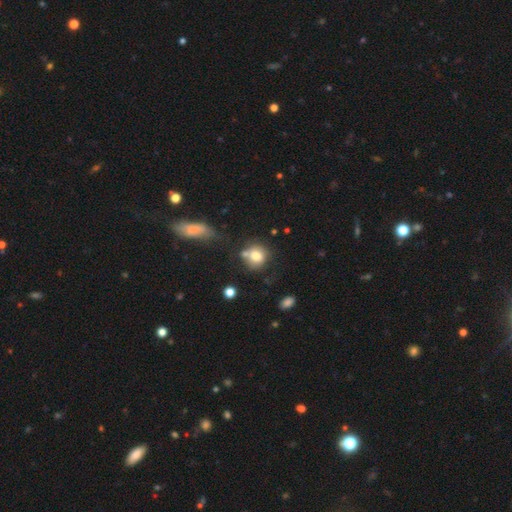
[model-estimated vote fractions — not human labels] Smooth or featured? Predicted: smooth (p=0.76). How rounded? Predicted: round (p=0.77). Merging? Predicted: none (p=0.53).